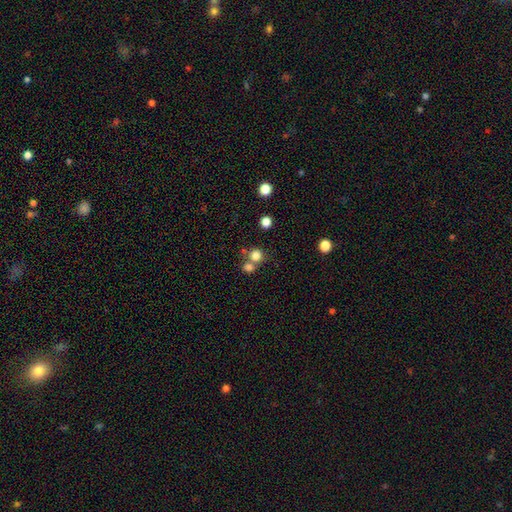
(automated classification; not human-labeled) Smooth or featured?
  - smooth: 80% *
  - star or artifact: 13%
  - featured or disk: 7%
How rounded?
  - round: 88% *
  - in between: 11%
  - cigar-shaped: 1%
Merging?
  - none: 54% *
  - merger: 36%
  - minor disturbance: 7%
  - major disturbance: 3%